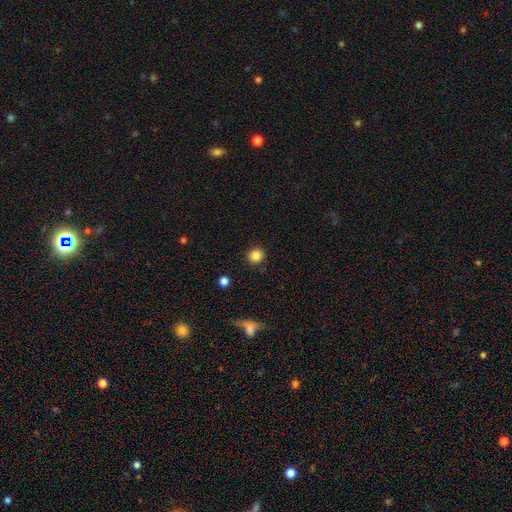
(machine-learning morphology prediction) This appears to be a smooth galaxy with no disk features (85%) that is round (89%). Merging: none (90%).